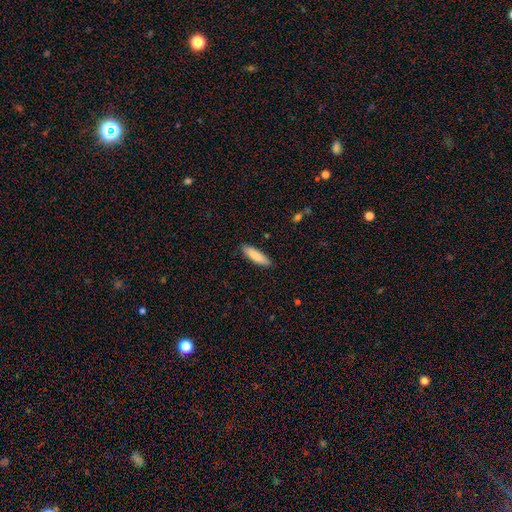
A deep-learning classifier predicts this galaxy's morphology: Smooth or featured?
  - smooth: 86% *
  - featured or disk: 8%
  - star or artifact: 6%
How rounded?
  - cigar-shaped: 63% *
  - in between: 36%
  - round: 1%
Merging?
  - none: 88% *
  - minor disturbance: 9%
  - major disturbance: 2%
  - merger: 1%